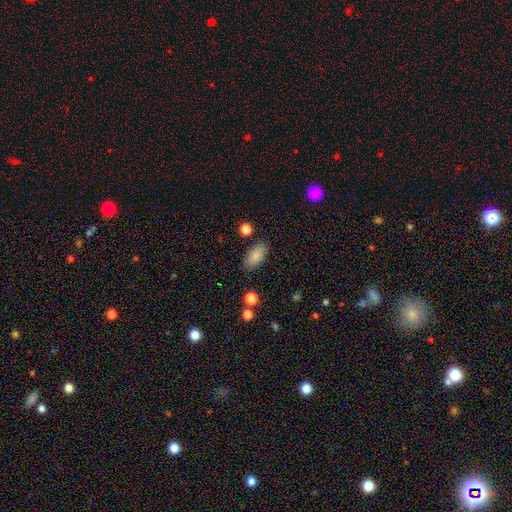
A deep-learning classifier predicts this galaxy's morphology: Q: Smooth or featured?
A: smooth (85%); runner-up: star or artifact (8%)
Q: How rounded?
A: in between (92%); runner-up: cigar-shaped (4%)
Q: Merging?
A: none (84%); runner-up: minor disturbance (11%)